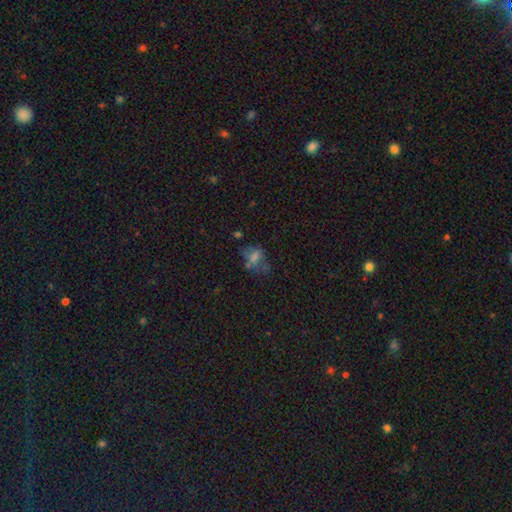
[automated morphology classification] smooth 42%, star or artifact 35%, featured or disk 23%. Down the decision tree: merging — none (51%).